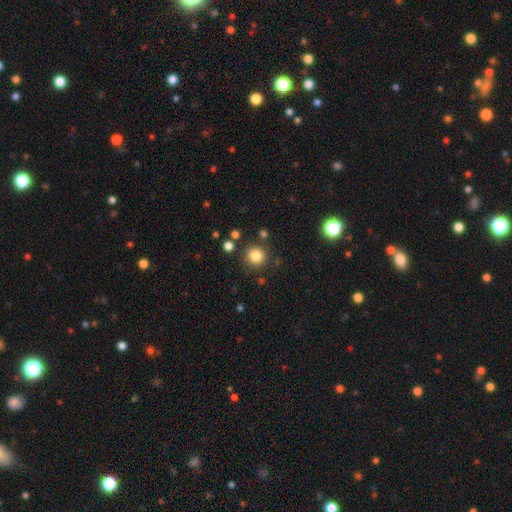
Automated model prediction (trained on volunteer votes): Morphology: type=smooth (82%); roundness=round (93%); merging=none (86%).